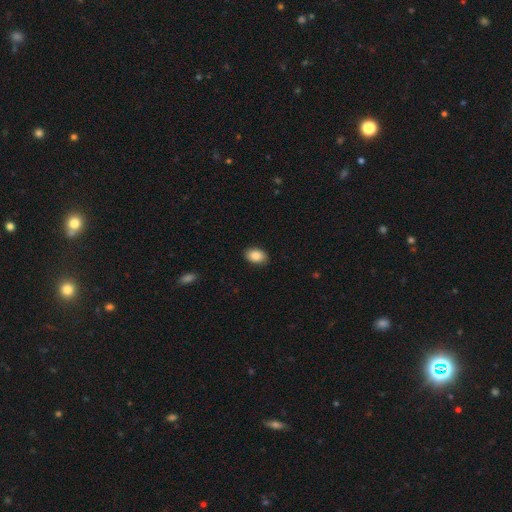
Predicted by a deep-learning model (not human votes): Smooth or featured? Predicted: smooth (p=0.88). How rounded? Predicted: in between (p=0.84). Merging? Predicted: none (p=0.88).